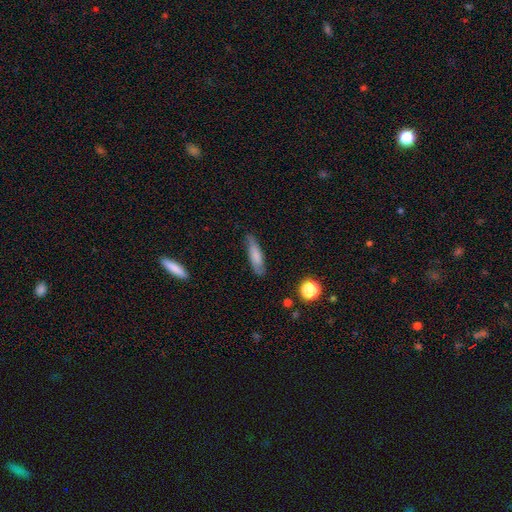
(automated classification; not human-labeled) Smooth or featured: smooth — 73% (featured or disk — 20%)
How rounded: cigar-shaped — 62% (in between — 36%)
Merging: none — 77% (minor disturbance — 18%)